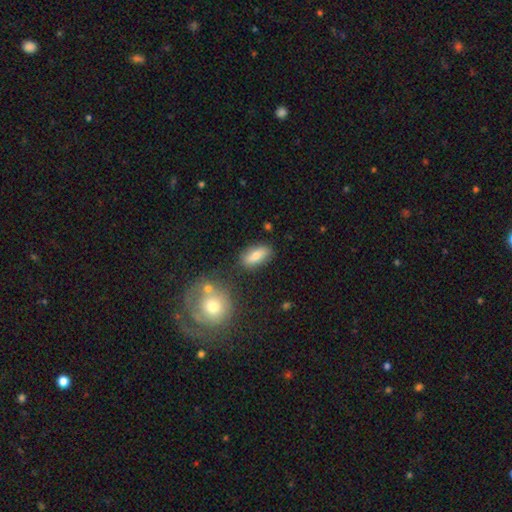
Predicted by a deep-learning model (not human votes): A smooth galaxy with no disk features (73%) that is in between round and cigar-shaped (80%). Merging: none (79%).